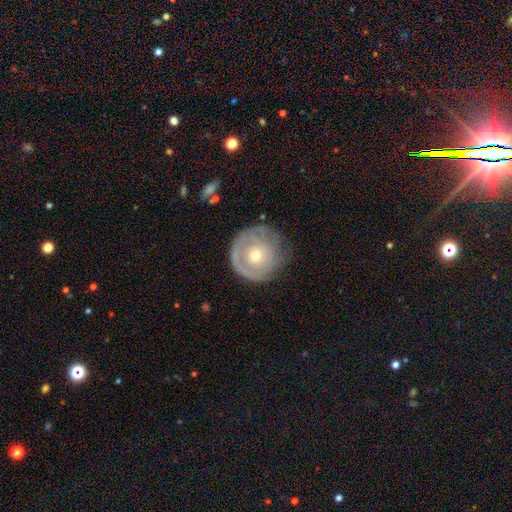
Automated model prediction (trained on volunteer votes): The model was most divided on "bulge size": moderate: 49%, small: 46%, large: 3%, none: 1%, dominant: 1%. More confident: edge-on disk — no (97%); bar — no (85%); merging — none (68%); smooth or featured — featured or disk (61%); spiral arms — yes (61%).